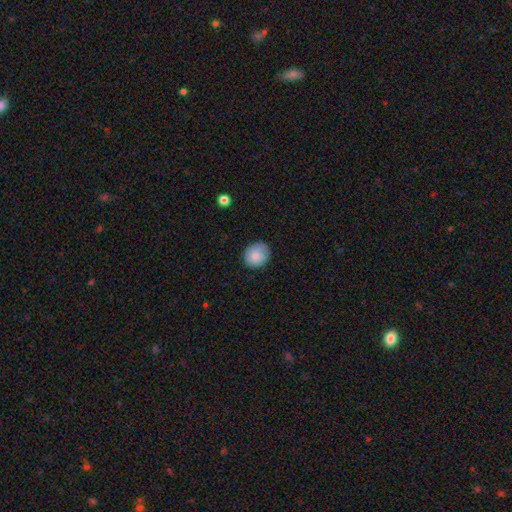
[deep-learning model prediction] This is clearly a smooth galaxy (84%). How rounded: clearly round (80%). Merging: clearly none (80%).